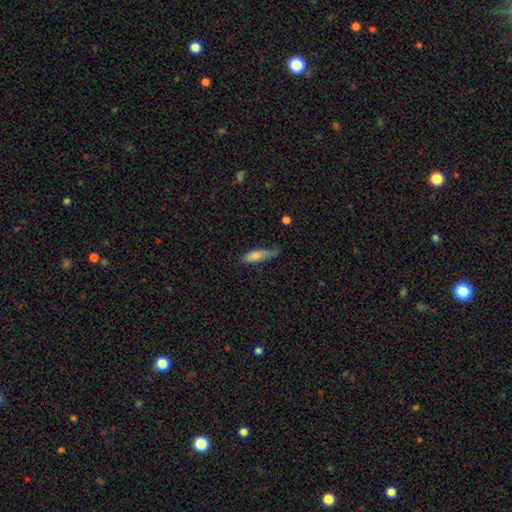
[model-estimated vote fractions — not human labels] smooth 77%, featured or disk 16%, star or artifact 7%. Down the decision tree: how rounded — cigar-shaped (55%); merging — none (51%).